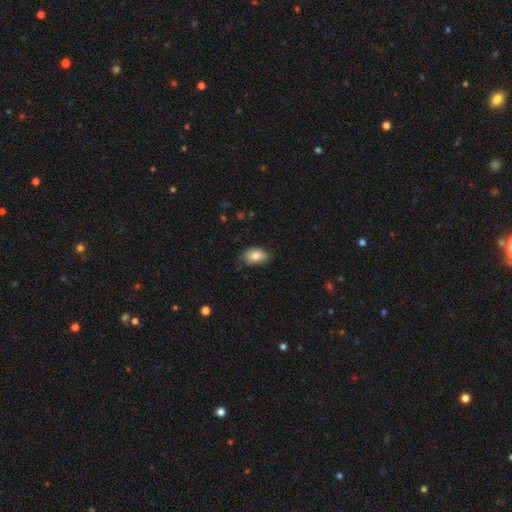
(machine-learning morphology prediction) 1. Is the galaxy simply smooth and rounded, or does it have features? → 81% smooth, 12% featured or disk, 7% star or artifact.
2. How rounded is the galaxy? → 90% in between, 8% round, 2% cigar-shaped.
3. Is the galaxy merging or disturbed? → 72% none, 24% minor disturbance, 4% major disturbance, 1% merger.